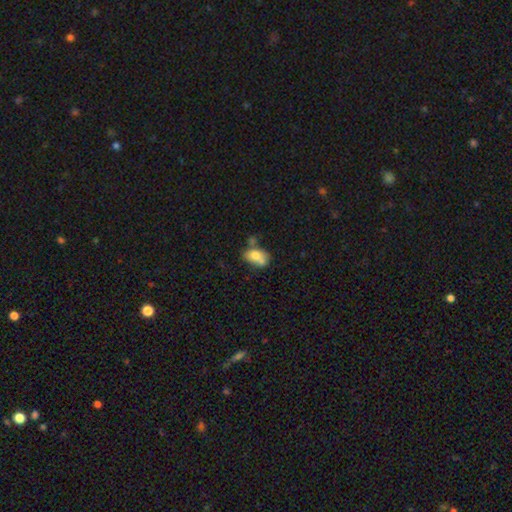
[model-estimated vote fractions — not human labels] This appears to be a smooth galaxy with no disk features (68%) that is in between round and cigar-shaped (81%). Merging: merger (39%).